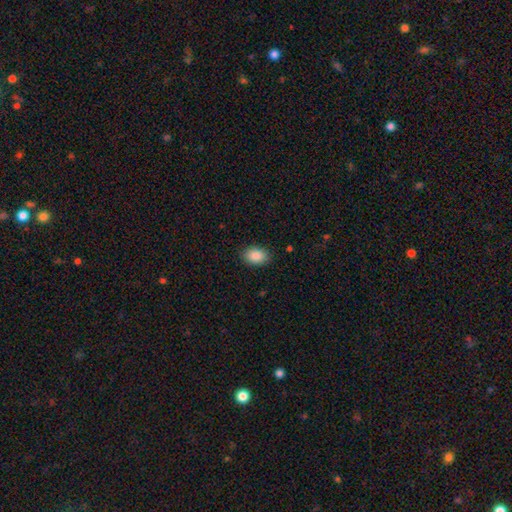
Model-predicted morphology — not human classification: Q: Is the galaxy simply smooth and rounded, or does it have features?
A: smooth — 88%.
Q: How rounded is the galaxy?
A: in between — 84%.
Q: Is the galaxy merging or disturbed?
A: none — 88%.